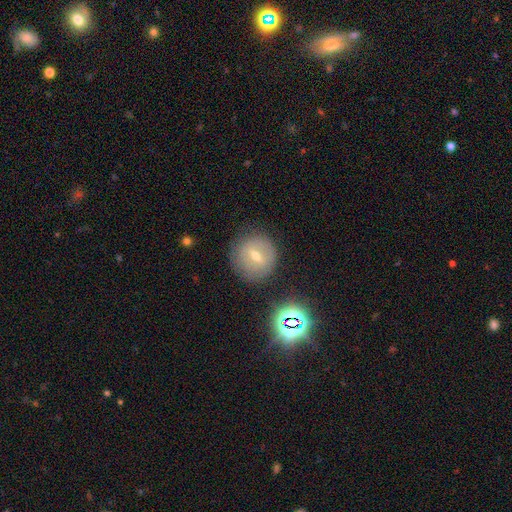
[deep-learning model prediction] This appears to be a smooth galaxy with no disk features (45%). Merging: none (82%).